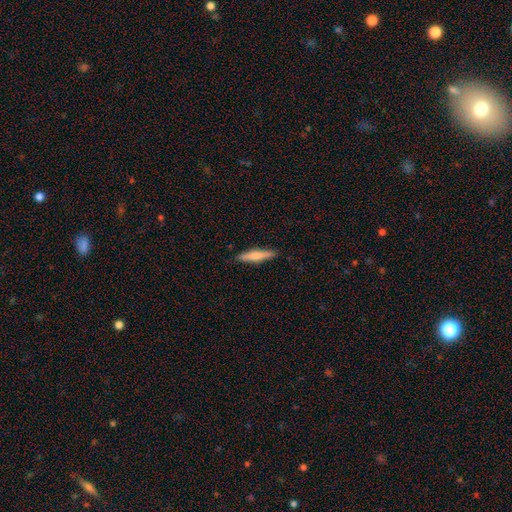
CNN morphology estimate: This is likely a smooth galaxy (69%). How rounded: clearly cigar-shaped (88%). Merging: clearly none (89%).